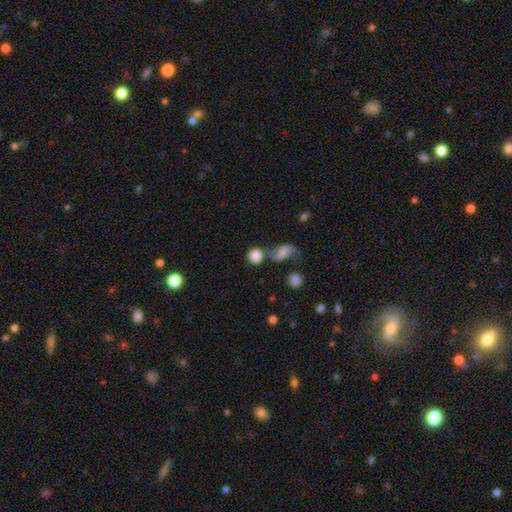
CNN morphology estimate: Overall: smooth (79%). How rounded: round (83%). Merging: none (43%; merger 39%).